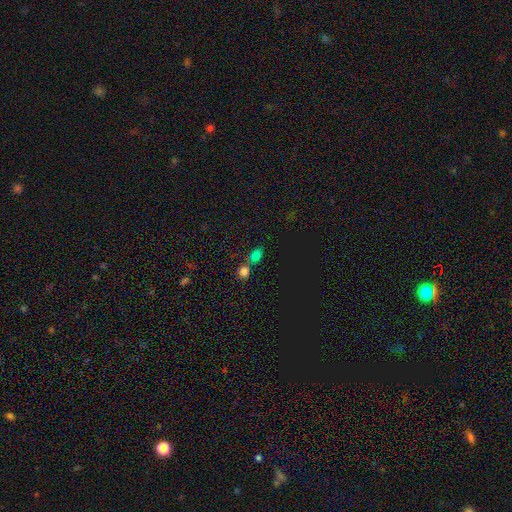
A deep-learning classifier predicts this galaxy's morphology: type=smooth (69%); roundness=in between (73%); merging=none (49%).